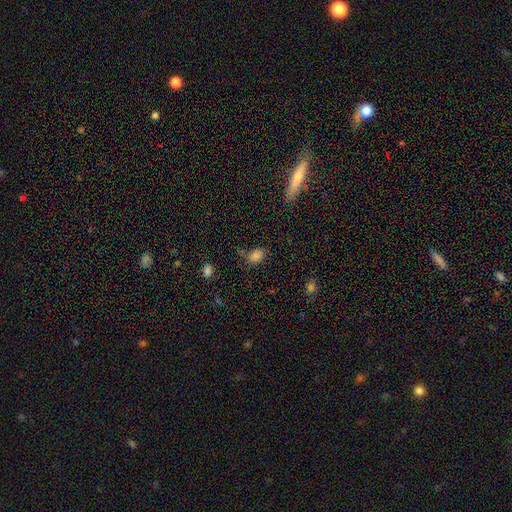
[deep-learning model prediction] This is likely a smooth galaxy (80%). How rounded: clearly in between (80%). Merging: possibly none (58%).